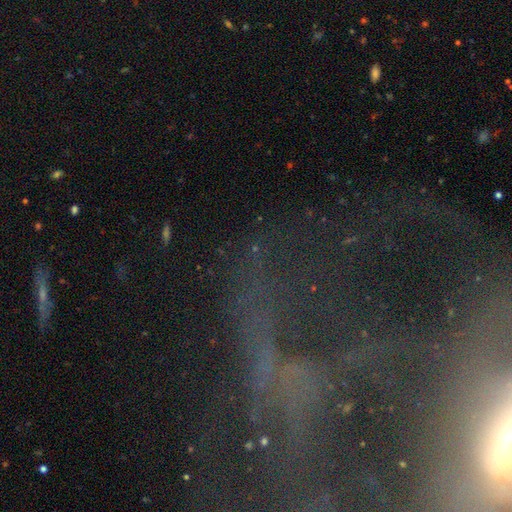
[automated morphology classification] Smooth or featured: star or artifact — 54% (featured or disk — 31%)